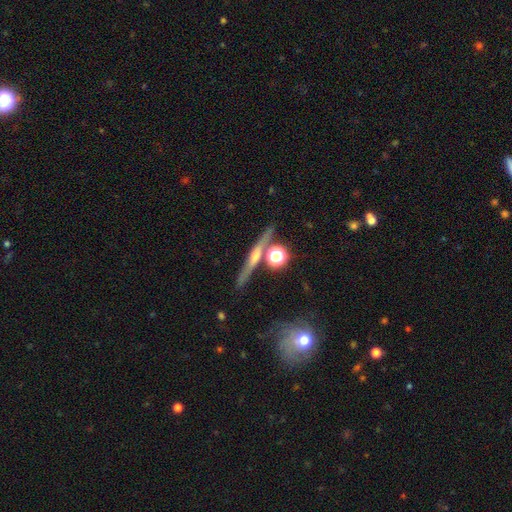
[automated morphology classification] Smooth or featured? Predicted: featured or disk (p=0.67). Edge-on disk? Predicted: yes (p=0.94). Edge-on bulge? Predicted: rounded (p=0.69). Merging? Predicted: none (p=0.80).